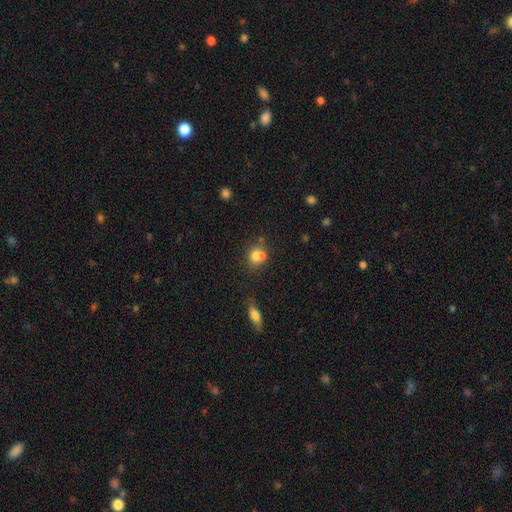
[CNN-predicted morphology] Smooth or featured?
  - smooth: 71% *
  - featured or disk: 17%
  - star or artifact: 12%
How rounded?
  - round: 73% *
  - in between: 26%
  - cigar-shaped: 1%
Merging?
  - merger: 51% *
  - none: 37%
  - minor disturbance: 9%
  - major disturbance: 4%